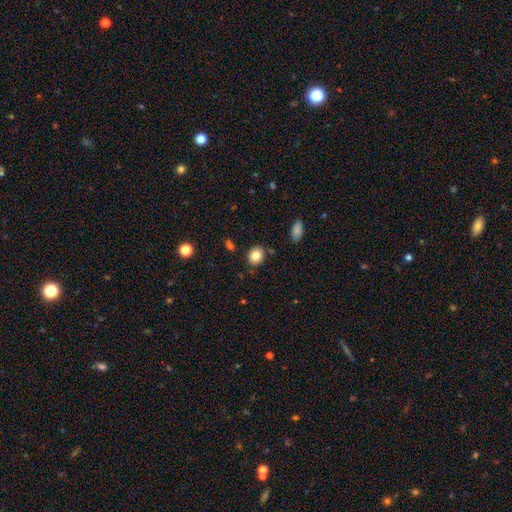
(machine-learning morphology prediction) Smooth or featured? smooth (82%)
How rounded? round (68%)
Merging? none (82%)